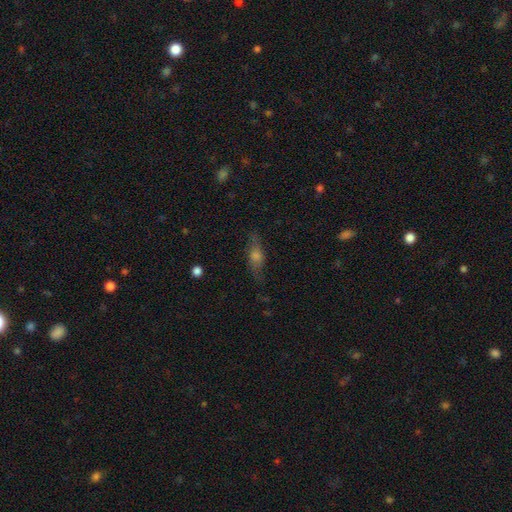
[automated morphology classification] featured or disk 51%, smooth 36%, star or artifact 13%. Down the decision tree: edge-on disk — yes (73%); merging — none (75%).